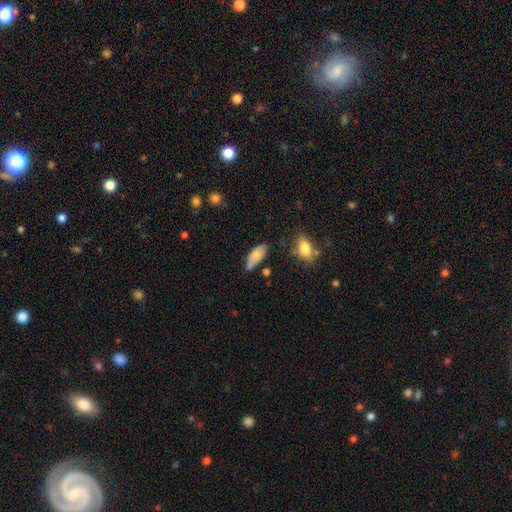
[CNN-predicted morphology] Overall: smooth (76%). How rounded: in between (81%). Merging: none (60%; minor disturbance 30%).